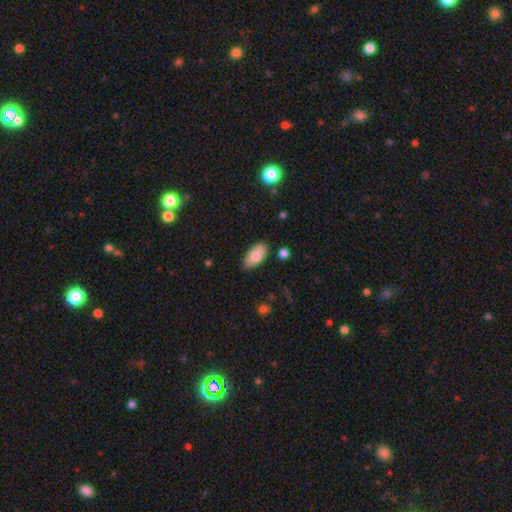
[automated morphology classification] smooth 83%, featured or disk 10%, star or artifact 7%. Down the decision tree: how rounded — in between (93%); merging — none (80%).